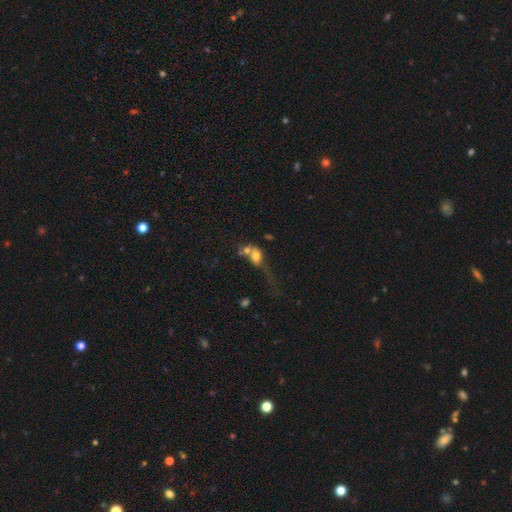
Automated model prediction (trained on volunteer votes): smooth-or-featured: smooth: 63% | featured or disk: 25% | star or artifact: 12%
  how-rounded: in between: 60% | round: 34% | cigar-shaped: 5%
  merging: merger: 49% | major disturbance: 23% | none: 17% | minor disturbance: 10%